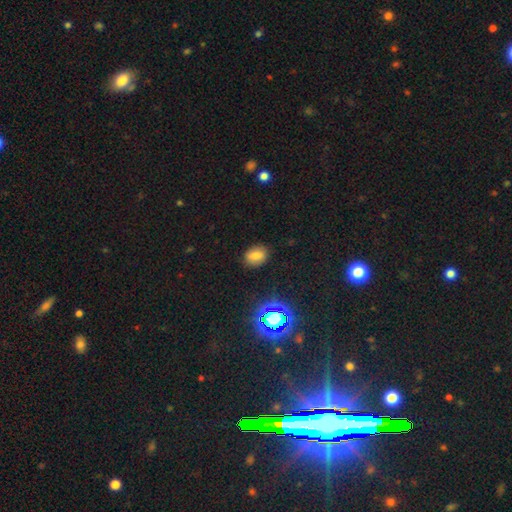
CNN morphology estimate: This appears to be a smooth galaxy with no disk features (74%) that is in between round and cigar-shaped (65%). Merging: none (85%).